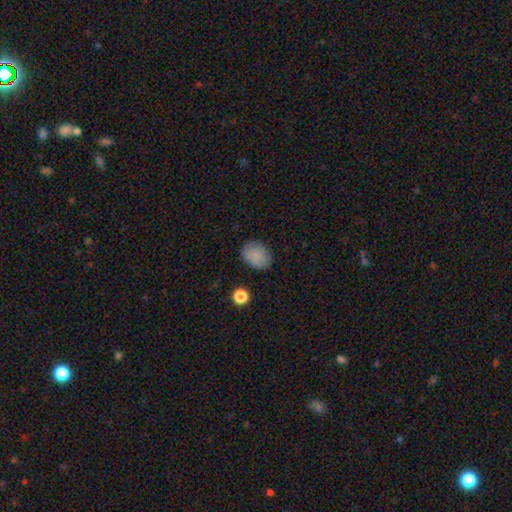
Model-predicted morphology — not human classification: Smooth or featured? smooth (86%)
How rounded? in between (64%)
Merging? none (83%)